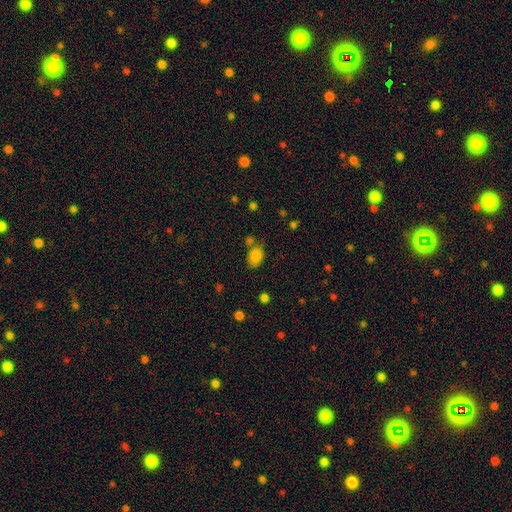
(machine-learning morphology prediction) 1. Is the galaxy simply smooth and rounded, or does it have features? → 83% smooth, 11% star or artifact, 6% featured or disk.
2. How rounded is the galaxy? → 77% in between, 22% round, 1% cigar-shaped.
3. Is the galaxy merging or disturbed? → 59% none, 20% minor disturbance, 15% merger, 7% major disturbance.